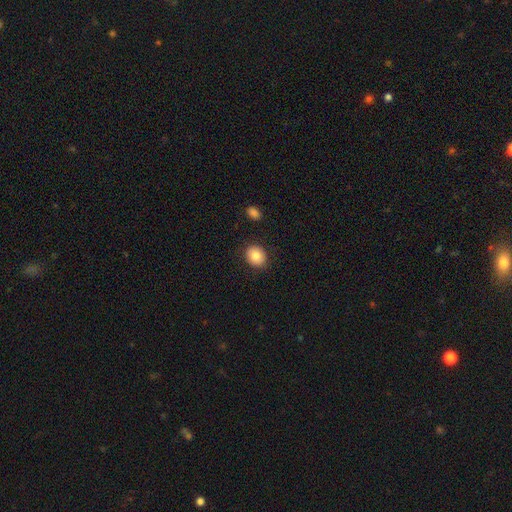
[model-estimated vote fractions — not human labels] Smooth or featured? Predicted: smooth (p=0.83). How rounded? Predicted: round (p=0.67). Merging? Predicted: none (p=0.88).